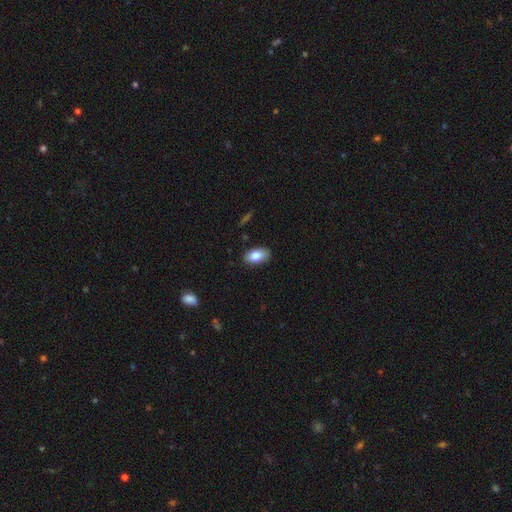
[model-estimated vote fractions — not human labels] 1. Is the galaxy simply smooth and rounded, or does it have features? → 84% smooth, 10% featured or disk, 7% star or artifact.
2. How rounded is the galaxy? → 93% in between, 5% round, 3% cigar-shaped.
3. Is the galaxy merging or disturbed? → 85% none, 11% minor disturbance, 2% major disturbance, 1% merger.